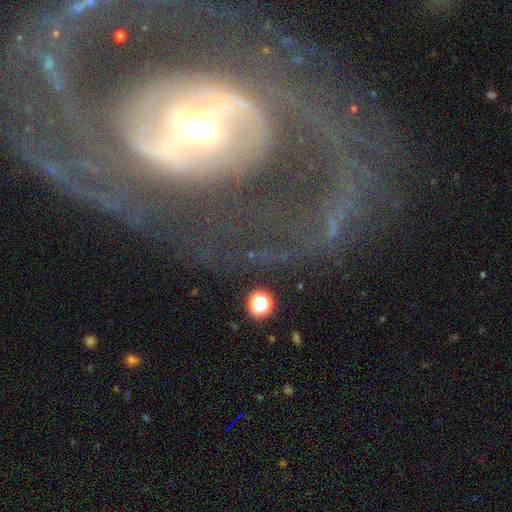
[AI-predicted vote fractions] A featured or disk galaxy (83%) with a strong bar (41%), 2 (54%) tight (38%, tied with medium) spiral arms (78%) and a moderate central bulge (54%). Merging: none (62%).